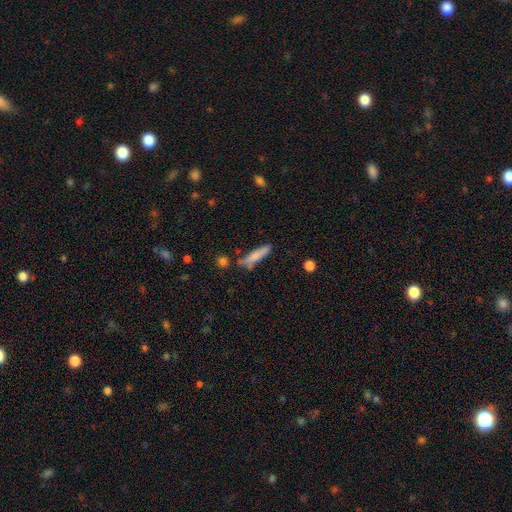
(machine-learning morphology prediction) Smooth or featured: smooth — 74% (featured or disk — 19%)
How rounded: cigar-shaped — 83% (in between — 15%)
Merging: none — 67% (minor disturbance — 20%)